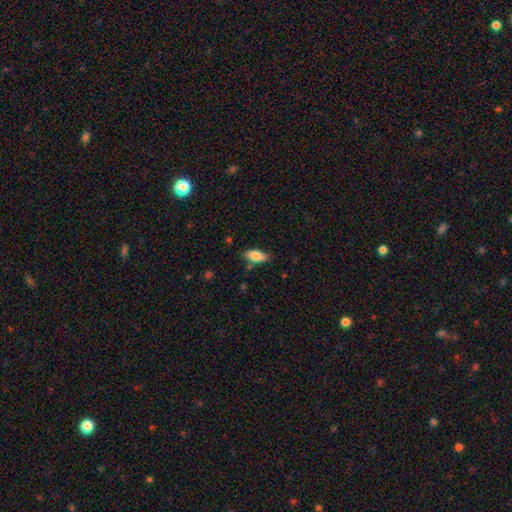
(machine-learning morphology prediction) type=smooth (82%); roundness=in between (86%); merging=none (78%).